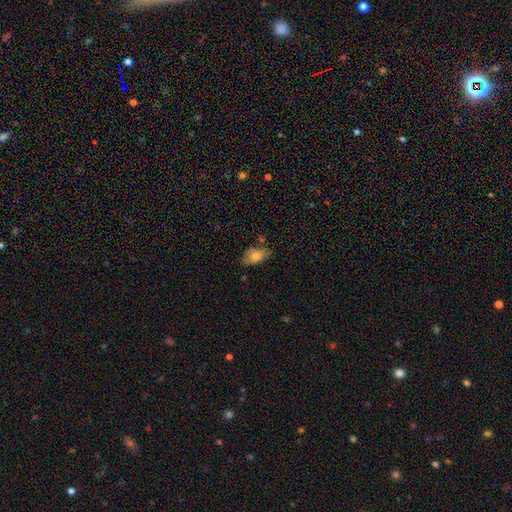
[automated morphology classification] Smooth or featured?
  - smooth: 72% *
  - featured or disk: 20%
  - star or artifact: 8%
How rounded?
  - in between: 90% *
  - round: 6%
  - cigar-shaped: 4%
Merging?
  - none: 60% *
  - minor disturbance: 27%
  - major disturbance: 6%
  - merger: 6%